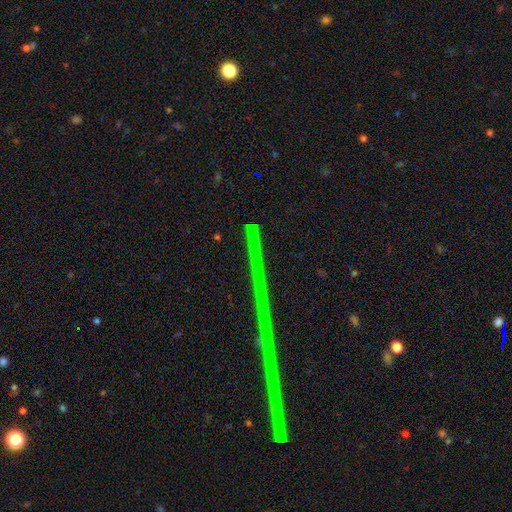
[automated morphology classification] A star or artifact, not a galaxy (83%).

Vote fractions:
- Smooth or featured? star or artifact: 83% / featured or disk: 10% / smooth: 7%